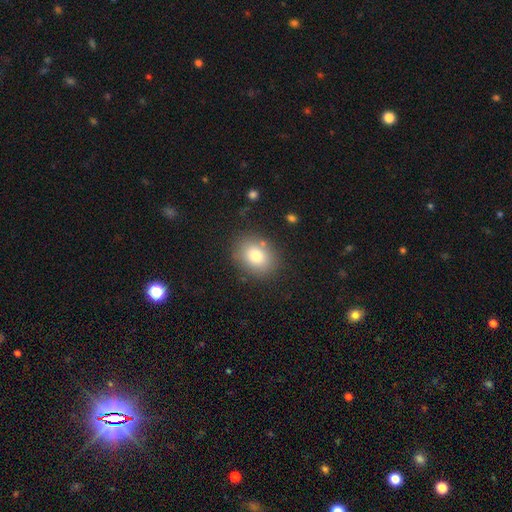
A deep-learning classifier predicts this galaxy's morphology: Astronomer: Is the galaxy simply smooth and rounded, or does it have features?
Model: smooth — 80%.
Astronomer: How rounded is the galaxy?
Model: in between — 52% (runner-up: round, 47%).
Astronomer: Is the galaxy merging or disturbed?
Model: none — 82%.